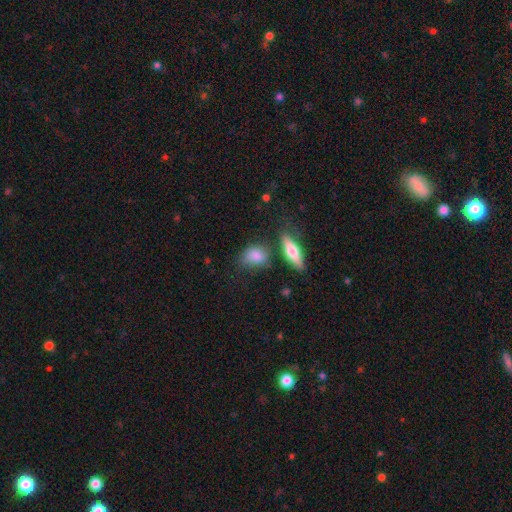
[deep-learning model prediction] Smooth or featured? smooth (81%)
How rounded? in between (68%)
Merging? none (61%)